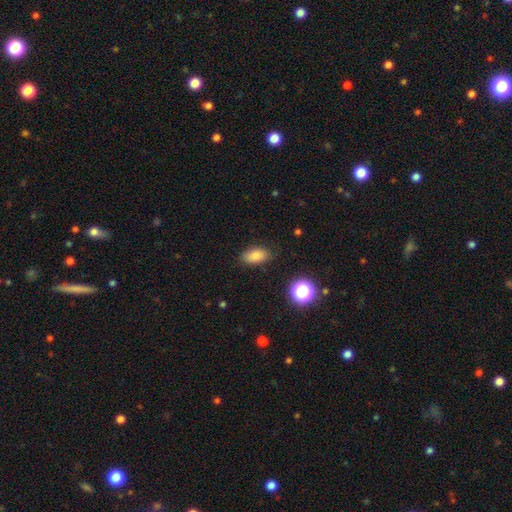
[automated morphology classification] smooth-or-featured: smooth: 83% | star or artifact: 10% | featured or disk: 6%
  how-rounded: in between: 89% | round: 7% | cigar-shaped: 4%
  merging: none: 85% | minor disturbance: 11% | major disturbance: 3% | merger: 1%